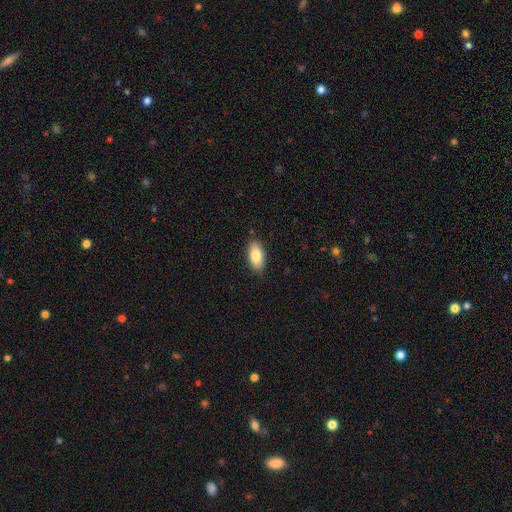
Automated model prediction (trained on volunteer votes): smooth-or-featured: smooth: 82% | featured or disk: 11% | star or artifact: 7%
  how-rounded: in between: 91% | cigar-shaped: 6% | round: 3%
  merging: none: 86% | minor disturbance: 10% | major disturbance: 2% | merger: 1%